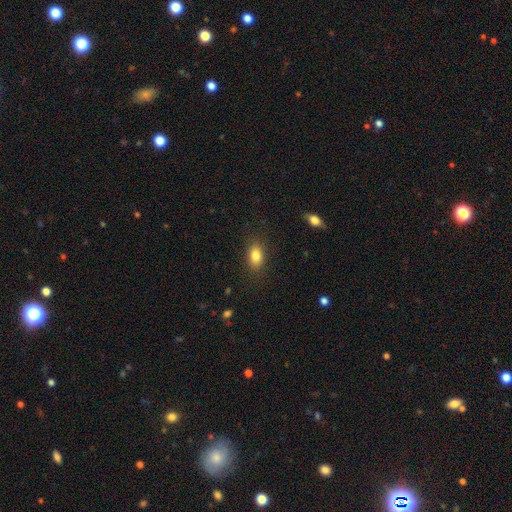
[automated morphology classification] Smooth or featured? Predicted: smooth (p=0.84). How rounded? Predicted: in between (p=0.84). Merging? Predicted: none (p=0.85).